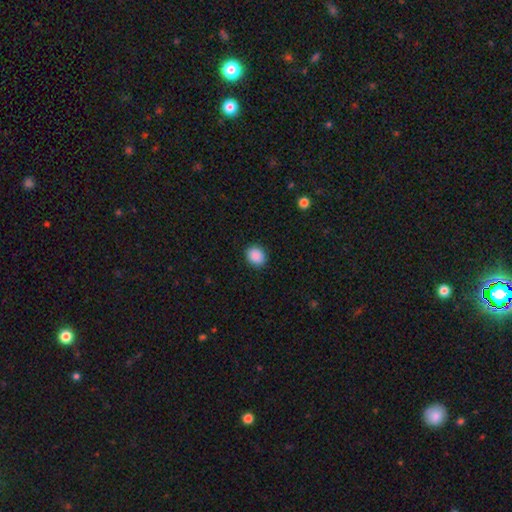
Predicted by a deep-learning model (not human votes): The model was most divided on "how rounded": round: 59%, in between: 40%, cigar-shaped: 1%. More confident: merging — none (90%); smooth or featured — smooth (90%).